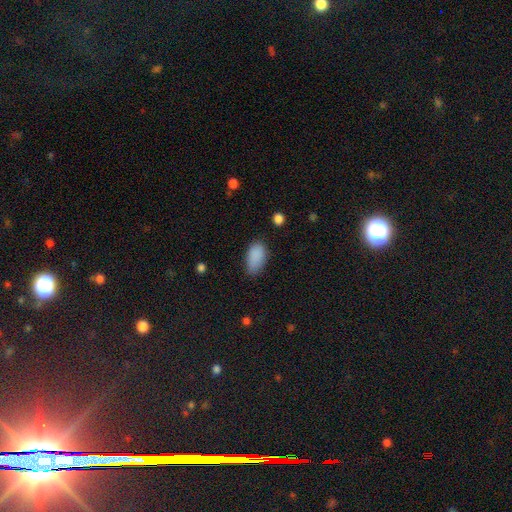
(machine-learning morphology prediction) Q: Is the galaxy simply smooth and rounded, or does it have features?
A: smooth — 88%.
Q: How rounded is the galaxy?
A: in between — 93%.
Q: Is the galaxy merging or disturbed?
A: none — 71%.